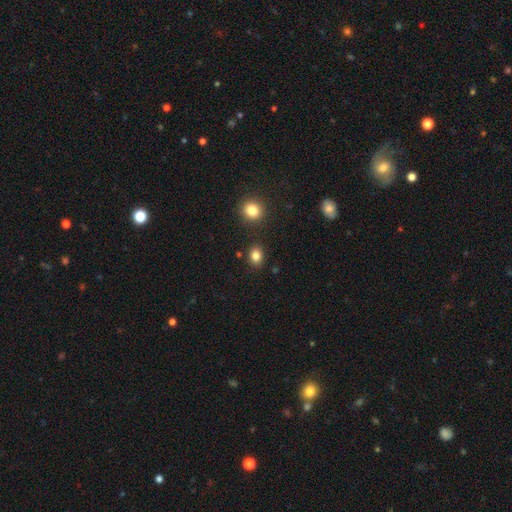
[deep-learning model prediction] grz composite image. It shows a smooth galaxy with no disk features (83%) that is round (51%). Merging: none (85%).